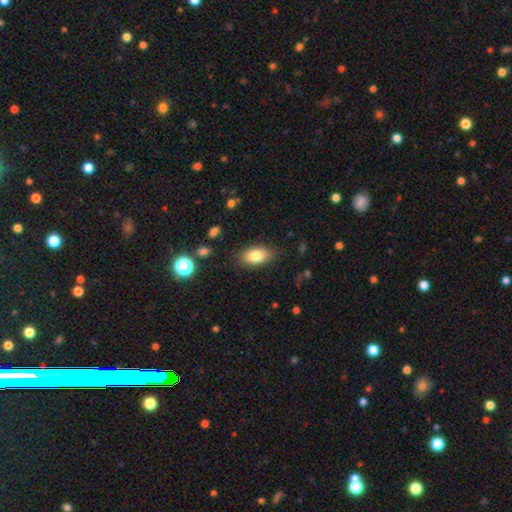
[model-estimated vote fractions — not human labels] Smooth or featured? smooth (81%)
How rounded? in between (90%)
Merging? none (83%)